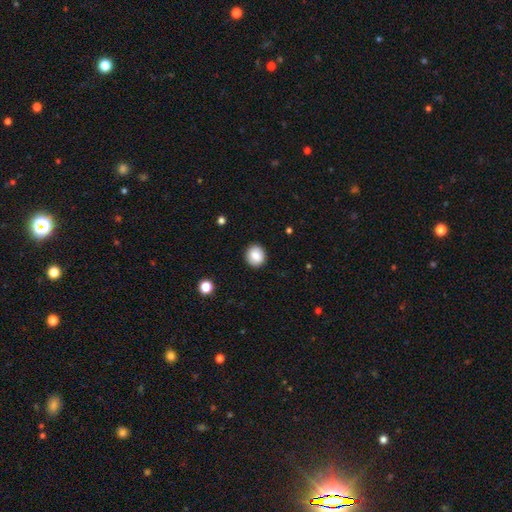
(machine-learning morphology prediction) Smooth or featured? smooth (85%)
How rounded? round (83%)
Merging? none (90%)